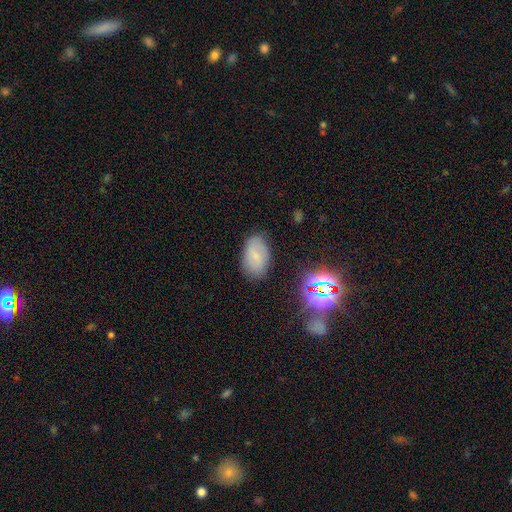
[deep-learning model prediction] Smooth or featured: smooth — 67% (featured or disk — 17%)
How rounded: in between — 91% (round — 8%)
Merging: none — 83% (minor disturbance — 13%)